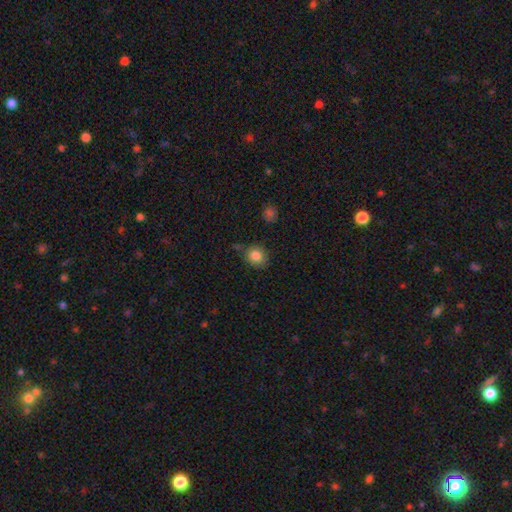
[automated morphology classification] Smooth or featured: smooth — 84% (star or artifact — 10%)
How rounded: round — 72% (in between — 27%)
Merging: none — 78% (minor disturbance — 15%)